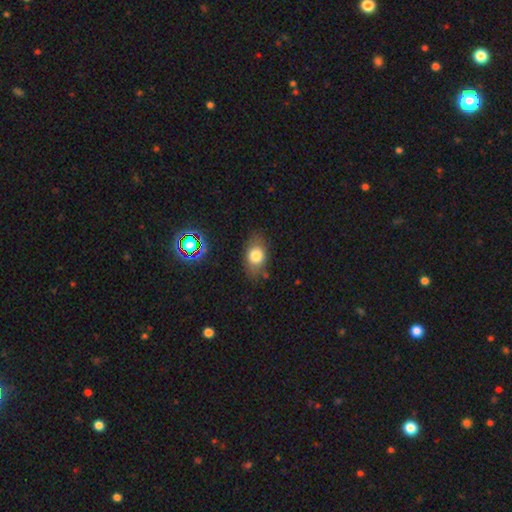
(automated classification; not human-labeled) This is likely a smooth galaxy (76%). How rounded: likely in between (75%). Merging: likely none (76%).